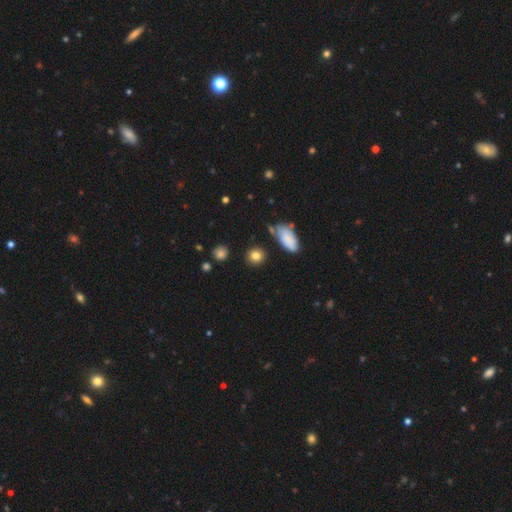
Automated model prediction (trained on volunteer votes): This is clearly a smooth galaxy (83%). How rounded: clearly round (82%). Merging: clearly none (84%).